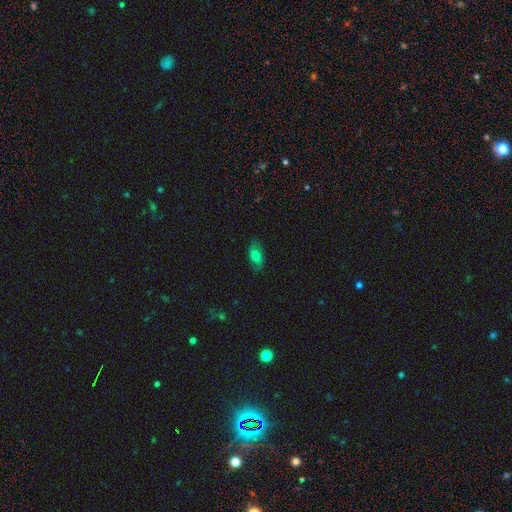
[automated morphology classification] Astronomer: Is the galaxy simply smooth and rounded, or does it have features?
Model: smooth — 66%.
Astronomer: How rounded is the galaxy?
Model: in between — 83%.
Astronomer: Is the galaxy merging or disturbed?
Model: none — 81%.